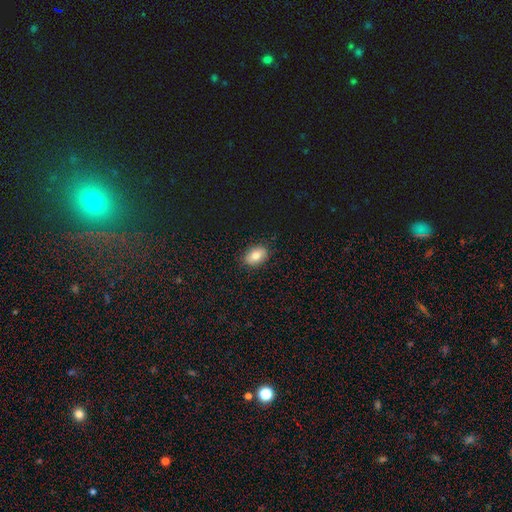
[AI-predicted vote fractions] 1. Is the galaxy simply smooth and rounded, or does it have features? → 80% smooth, 11% featured or disk, 9% star or artifact.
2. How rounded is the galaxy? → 82% in between, 16% round, 2% cigar-shaped.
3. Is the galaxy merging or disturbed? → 87% none, 9% minor disturbance, 2% major disturbance, 1% merger.